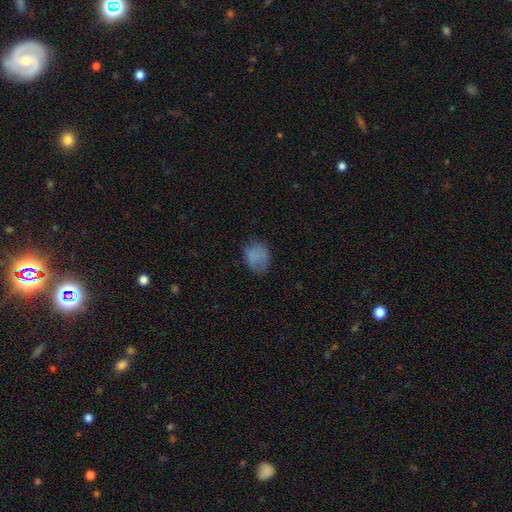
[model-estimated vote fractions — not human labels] Q: Smooth or featured?
A: smooth (78%); runner-up: star or artifact (11%)
Q: How rounded?
A: in between (60%); runner-up: round (39%)
Q: Merging?
A: none (64%); runner-up: minor disturbance (24%)